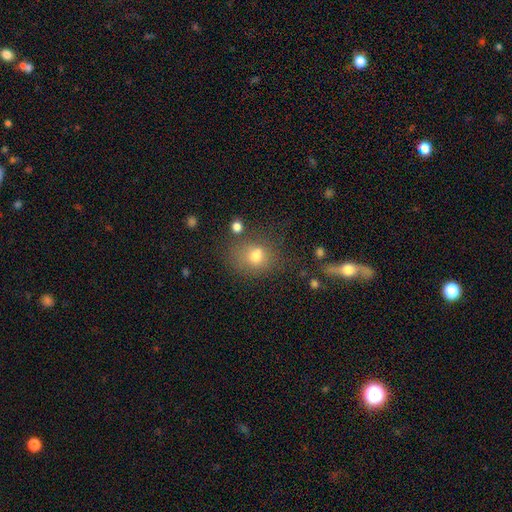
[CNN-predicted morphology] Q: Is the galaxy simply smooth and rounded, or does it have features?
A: smooth — 71%.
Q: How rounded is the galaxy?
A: round — 57%.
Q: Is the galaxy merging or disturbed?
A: none — 52%.